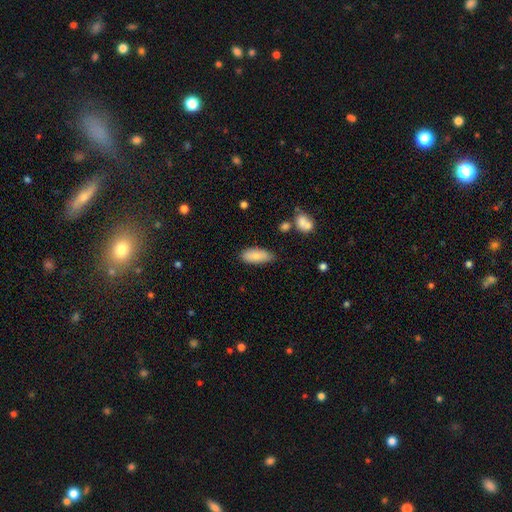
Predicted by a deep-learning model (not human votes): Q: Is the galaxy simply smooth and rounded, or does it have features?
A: smooth — 82%.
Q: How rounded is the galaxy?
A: in between — 83%.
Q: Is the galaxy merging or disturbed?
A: none — 71%.